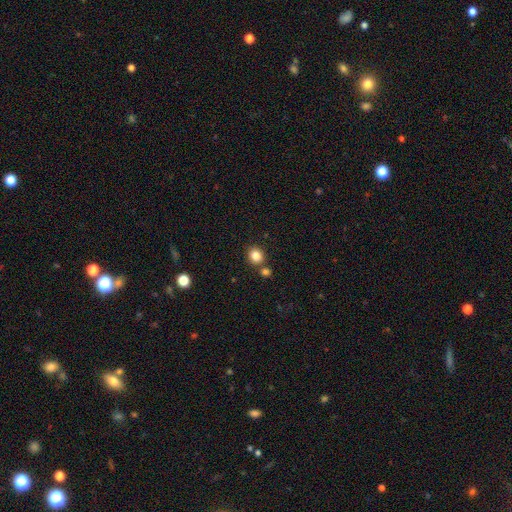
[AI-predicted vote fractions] Overall: smooth (84%). How rounded: round (74%). Merging: none (74%).